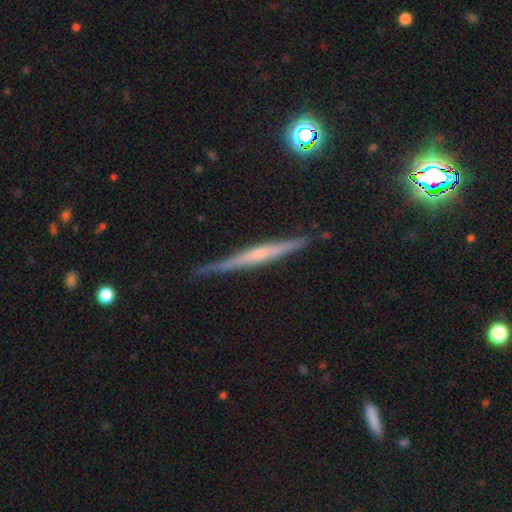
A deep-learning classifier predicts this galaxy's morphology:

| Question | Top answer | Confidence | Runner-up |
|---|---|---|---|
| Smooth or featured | featured or disk | 74% | smooth (18%) |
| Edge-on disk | yes | 97% | no (3%) |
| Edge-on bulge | rounded | 49% | none (40%) |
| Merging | none | 87% | minor disturbance (10%) |